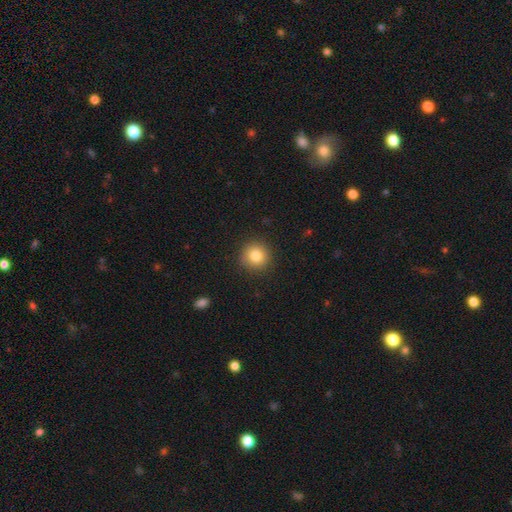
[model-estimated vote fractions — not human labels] This appears to be a smooth galaxy with no disk features (83%) that is round (93%). Merging: none (90%).